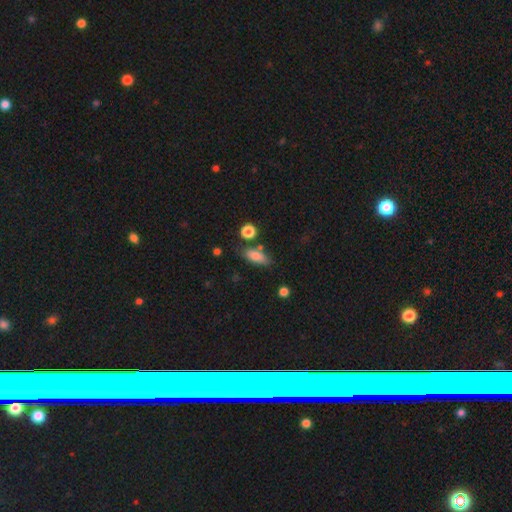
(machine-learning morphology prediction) smooth 79%, featured or disk 13%, star or artifact 8%. Down the decision tree: how rounded — in between (73%); merging — none (71%).